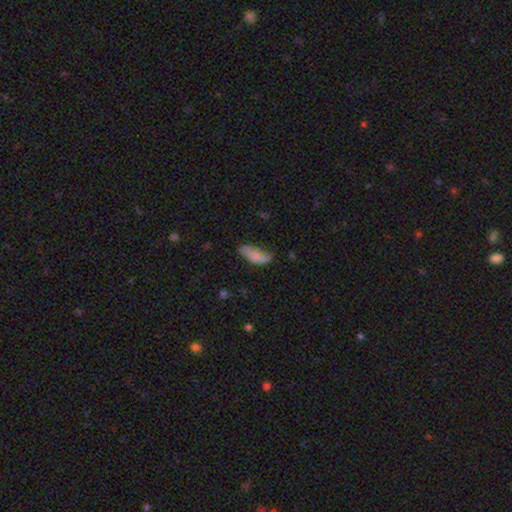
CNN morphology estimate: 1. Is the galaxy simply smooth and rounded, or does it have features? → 70% smooth, 22% featured or disk, 8% star or artifact.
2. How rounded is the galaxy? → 79% in between, 19% cigar-shaped, 2% round.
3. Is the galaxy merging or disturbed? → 47% none, 35% minor disturbance, 14% major disturbance, 4% merger.